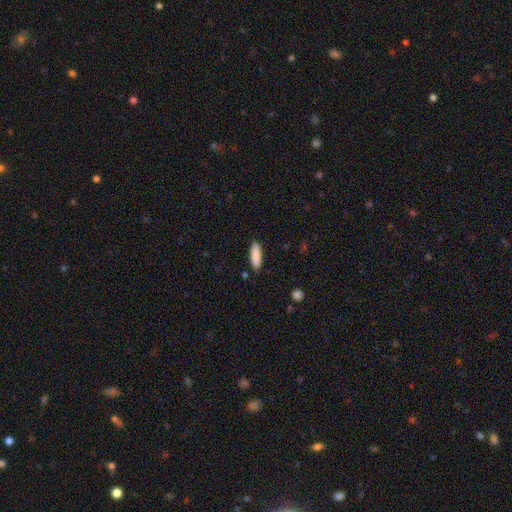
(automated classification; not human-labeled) A smooth galaxy with no disk features (89%) that is cigar-shaped (51%). Merging: none (88%).